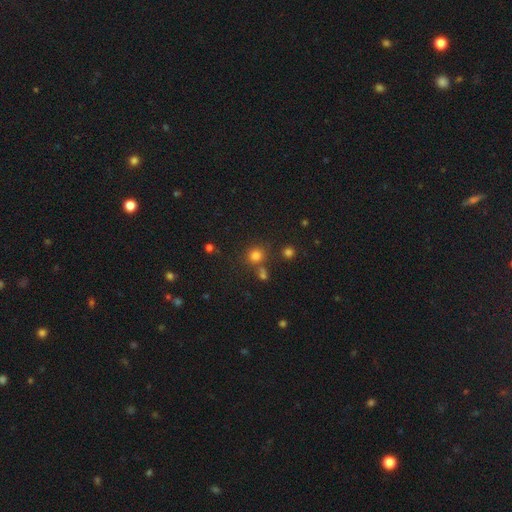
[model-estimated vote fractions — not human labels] Smooth or featured? smooth (77%)
How rounded? round (86%)
Merging? none (72%)